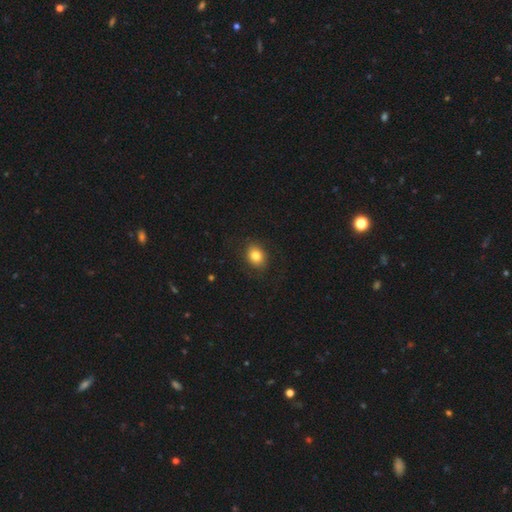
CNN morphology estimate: Smooth or featured? Predicted: smooth (p=0.82). How rounded? Predicted: in between (p=0.56). Merging? Predicted: none (p=0.84).